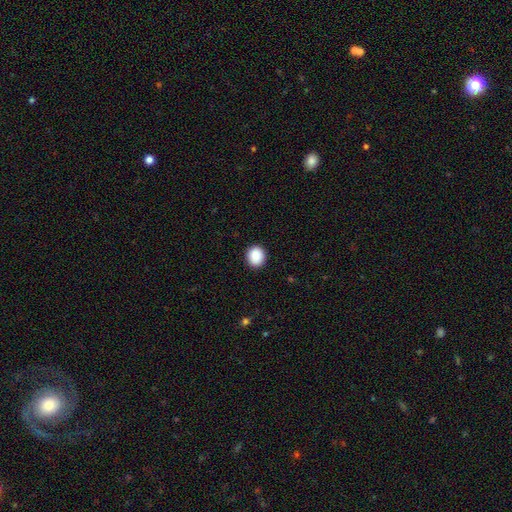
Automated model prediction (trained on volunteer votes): A smooth galaxy with no disk features (89%) that is round (75%).

Vote fractions:
- Smooth or featured? smooth: 89% / star or artifact: 8% / featured or disk: 4%
- How rounded? round: 75% / in between: 24% / cigar-shaped: 1%
- Merging? none: 92% / minor disturbance: 6% / major disturbance: 2% / merger: 1%